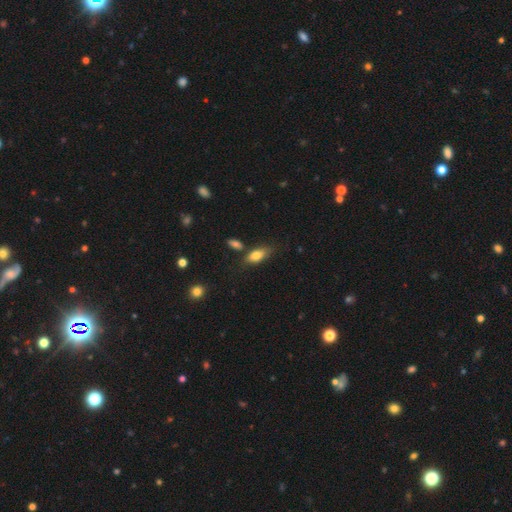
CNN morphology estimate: A smooth galaxy with no disk features (80%) that is in between round and cigar-shaped (85%). Merging: none (64%).